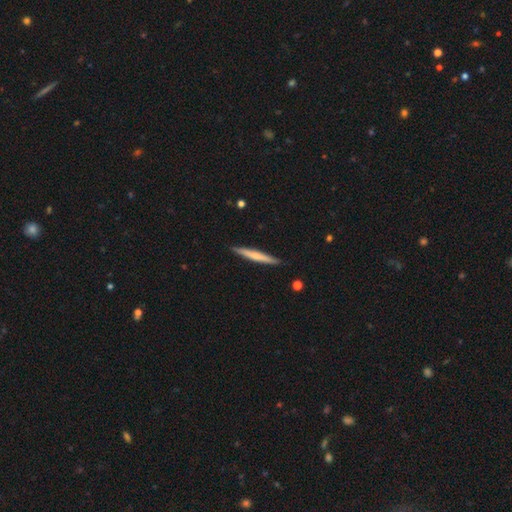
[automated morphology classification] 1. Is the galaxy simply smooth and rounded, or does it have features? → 54% smooth, 41% featured or disk, 5% star or artifact.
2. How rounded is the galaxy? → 96% cigar-shaped, 3% in between, 1% round.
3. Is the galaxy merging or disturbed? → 90% none, 7% minor disturbance, 1% major disturbance, 1% merger.